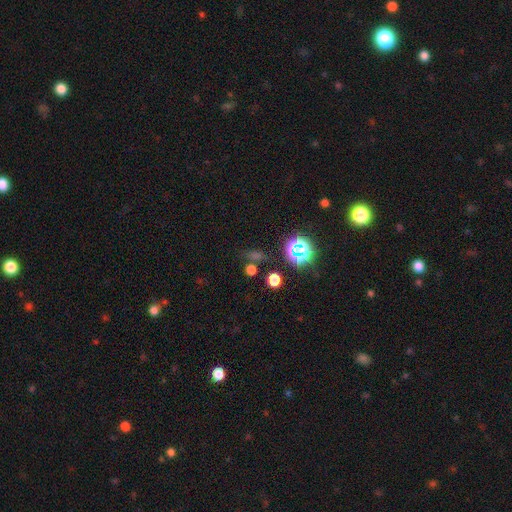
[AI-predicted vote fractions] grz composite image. It shows a star or artifact, not a galaxy (59%).